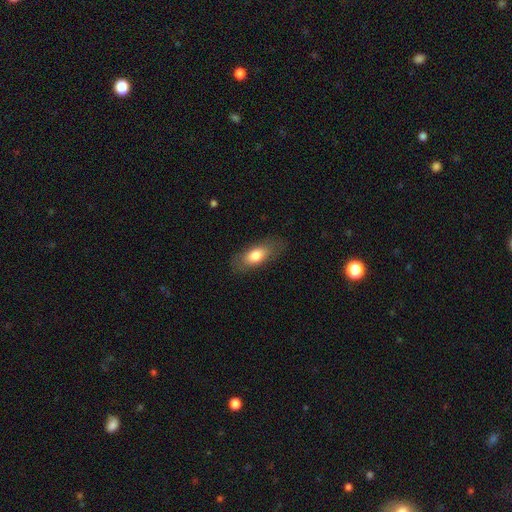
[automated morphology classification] Smooth or featured? smooth (75%)
How rounded? in between (81%)
Merging? none (79%)